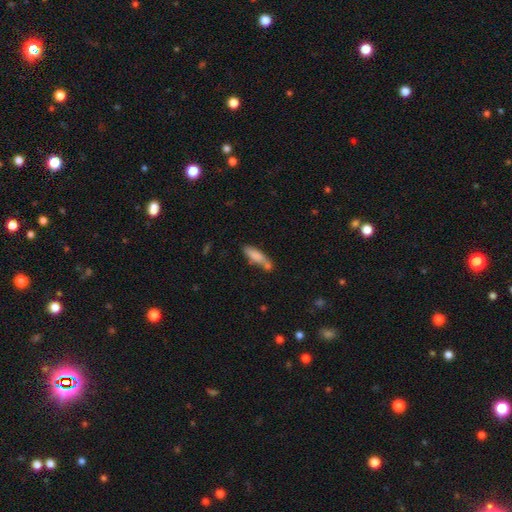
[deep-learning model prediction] Q: Smooth or featured?
A: smooth (80%); runner-up: featured or disk (13%)
Q: How rounded?
A: cigar-shaped (54%); runner-up: in between (44%)
Q: Merging?
A: none (47%); runner-up: merger (27%)